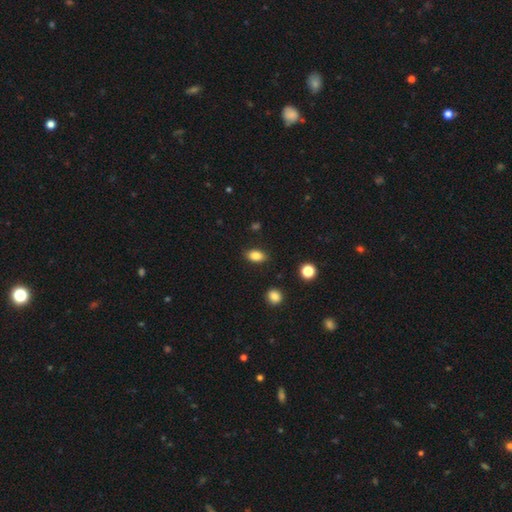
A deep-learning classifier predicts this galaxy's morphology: Overall: smooth (84%). How rounded: in between (86%). Merging: none (86%).